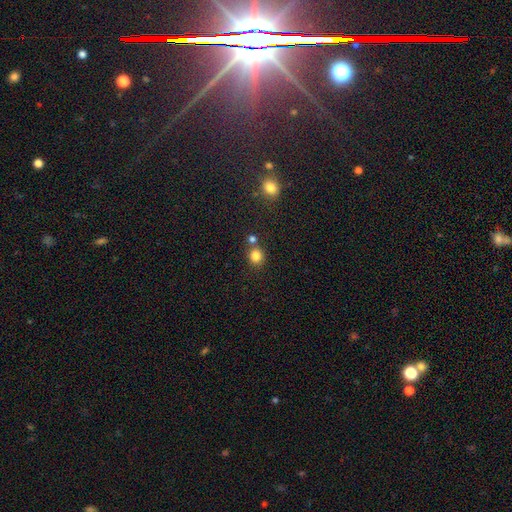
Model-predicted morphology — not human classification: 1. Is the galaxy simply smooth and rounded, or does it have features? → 82% smooth, 13% star or artifact, 5% featured or disk.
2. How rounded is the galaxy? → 83% round, 16% in between, 1% cigar-shaped.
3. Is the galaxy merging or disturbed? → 69% none, 19% merger, 9% minor disturbance, 3% major disturbance.